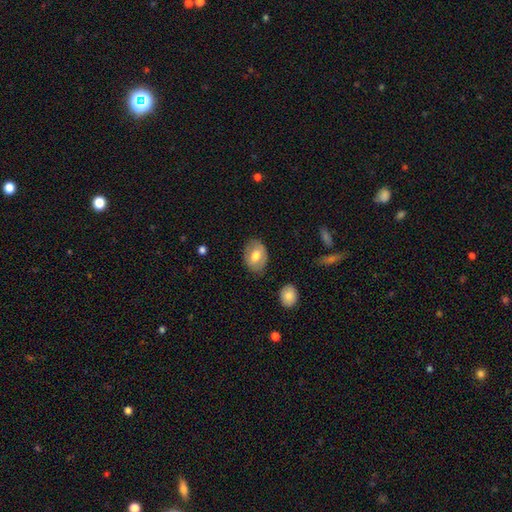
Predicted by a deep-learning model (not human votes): smooth-or-featured: smooth: 65% | featured or disk: 29% | star or artifact: 7%
  how-rounded: in between: 73% | round: 26% | cigar-shaped: 1%
  merging: none: 79% | minor disturbance: 15% | major disturbance: 4% | merger: 2%